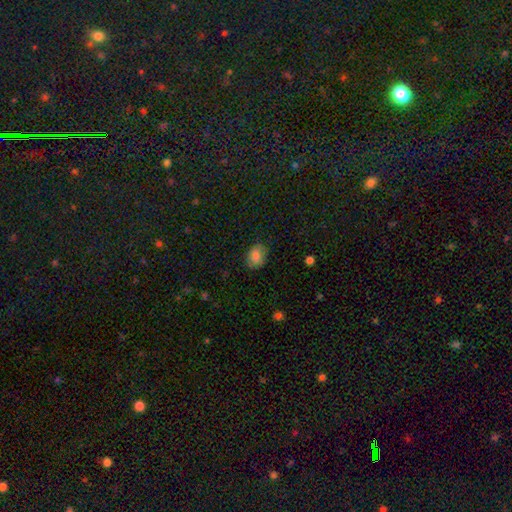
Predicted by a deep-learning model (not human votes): Q: Smooth or featured?
A: smooth (83%); runner-up: featured or disk (8%)
Q: How rounded?
A: in between (63%); runner-up: round (36%)
Q: Merging?
A: none (78%); runner-up: minor disturbance (17%)